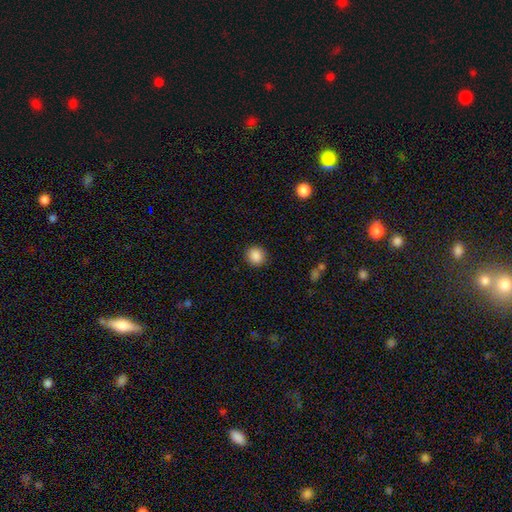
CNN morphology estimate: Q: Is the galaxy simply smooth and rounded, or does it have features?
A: smooth — 88%.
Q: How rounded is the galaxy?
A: round — 89%.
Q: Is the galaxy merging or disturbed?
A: none — 91%.